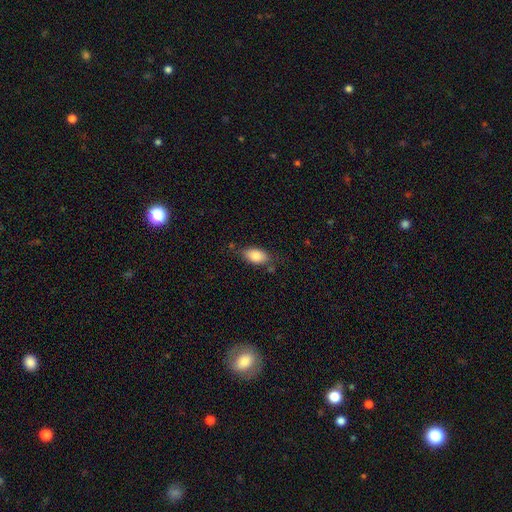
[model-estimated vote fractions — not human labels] smooth-or-featured: smooth: 84% | featured or disk: 9% | star or artifact: 7%
  how-rounded: in between: 90% | round: 5% | cigar-shaped: 5%
  merging: none: 70% | minor disturbance: 21% | major disturbance: 5% | merger: 4%